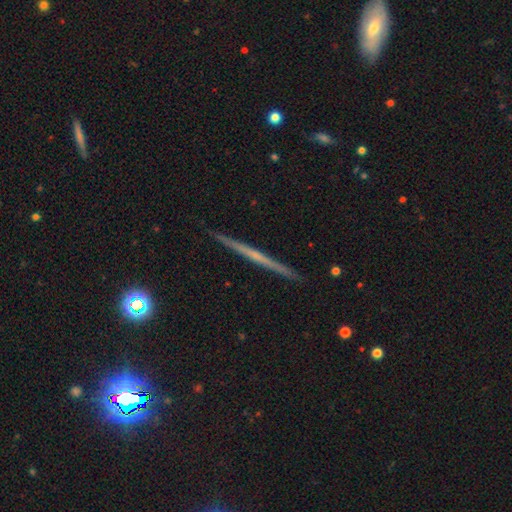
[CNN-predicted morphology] Overall: featured or disk (65%; smooth 28%). Edge-on disk: yes (98%). Edge-on bulge: none (80%). Merging: none (93%).